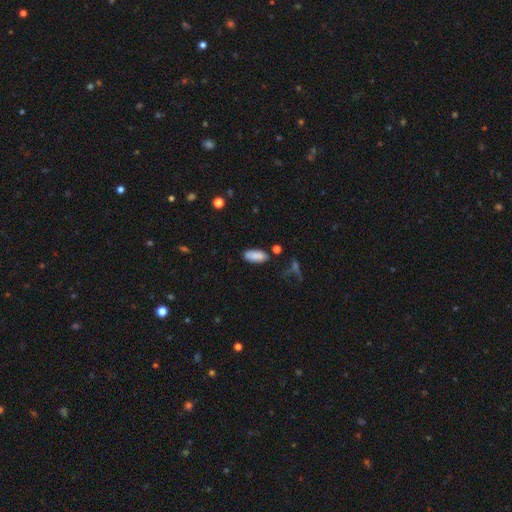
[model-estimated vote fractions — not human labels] Smooth or featured: smooth — 86% (star or artifact — 7%)
How rounded: in between — 85% (cigar-shaped — 13%)
Merging: none — 80% (minor disturbance — 14%)